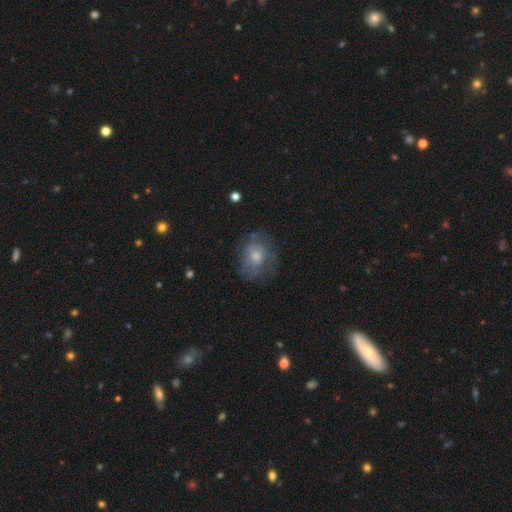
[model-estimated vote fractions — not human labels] Smooth or featured: smooth — 47% (featured or disk — 43%)
Merging: none — 62% (minor disturbance — 22%)